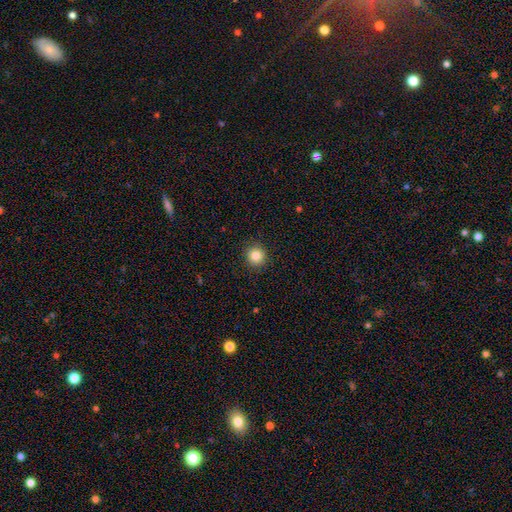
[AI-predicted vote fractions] smooth-or-featured: smooth: 84% | star or artifact: 11% | featured or disk: 5%
  how-rounded: round: 93% | in between: 6% | cigar-shaped: 1%
  merging: none: 91% | minor disturbance: 6% | major disturbance: 2% | merger: 1%